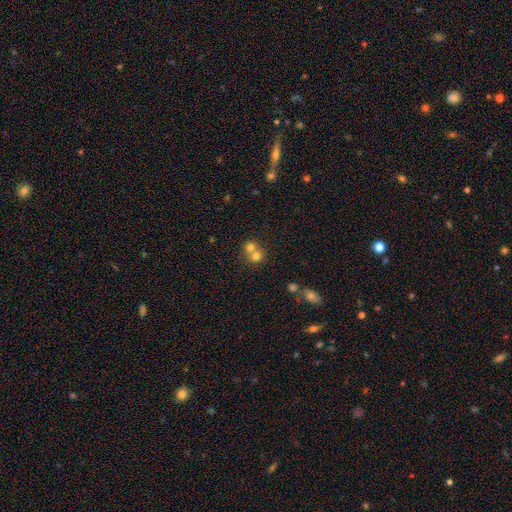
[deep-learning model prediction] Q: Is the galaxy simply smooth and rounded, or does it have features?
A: smooth — 72%.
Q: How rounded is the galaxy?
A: round — 82%.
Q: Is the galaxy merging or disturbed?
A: merger — 59%.